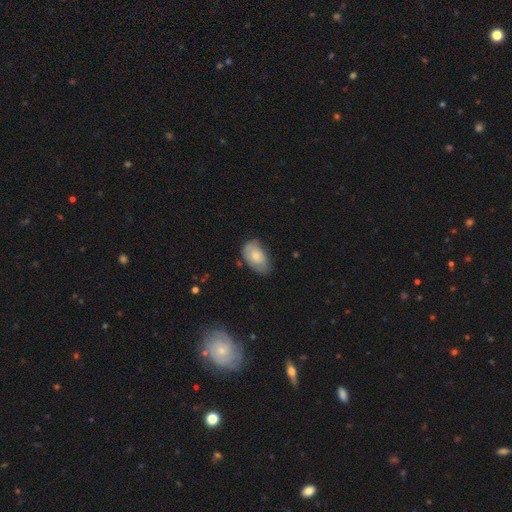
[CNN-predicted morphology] Smooth or featured? Predicted: smooth (p=0.69). How rounded? Predicted: in between (p=0.91). Merging? Predicted: none (p=0.59).